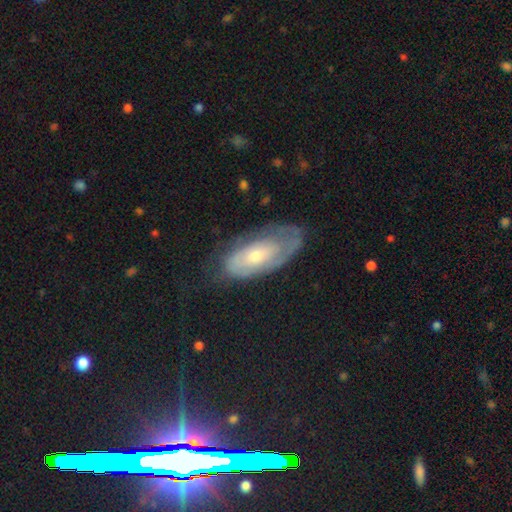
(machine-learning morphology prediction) Smooth or featured?
  - featured or disk: 61% *
  - smooth: 31%
  - star or artifact: 8%
Edge-on disk?
  - no: 89% *
  - yes: 11%
Bar?
  - no: 75% *
  - weak: 20%
  - strong: 5%
Spiral arms?
  - yes: 70% *
  - no: 30%
Bulge size?
  - moderate: 47% *
  - small: 46%
  - large: 4%
  - none: 2%
  - dominant: 1%
Merging?
  - none: 56% *
  - minor disturbance: 26%
  - major disturbance: 16%
  - merger: 2%